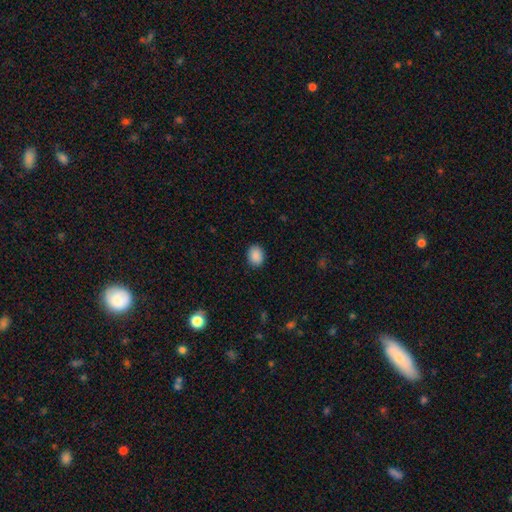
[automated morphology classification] This appears to be a smooth galaxy with no disk features (89%) that is in between round and cigar-shaped (54%). Merging: none (89%).